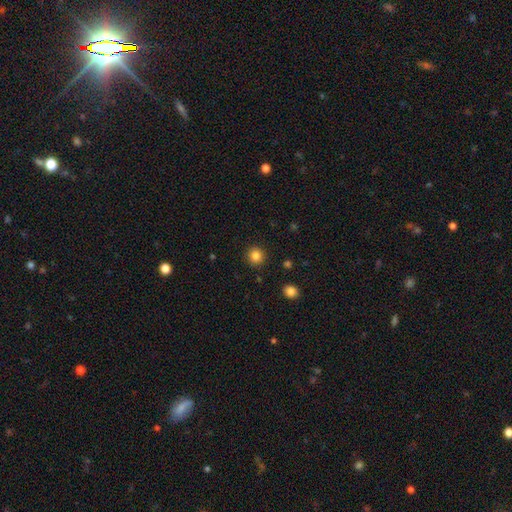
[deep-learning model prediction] Smooth or featured?
  - smooth: 84% *
  - star or artifact: 11%
  - featured or disk: 5%
How rounded?
  - round: 93% *
  - in between: 6%
  - cigar-shaped: 1%
Merging?
  - none: 91% *
  - minor disturbance: 5%
  - major disturbance: 2%
  - merger: 1%